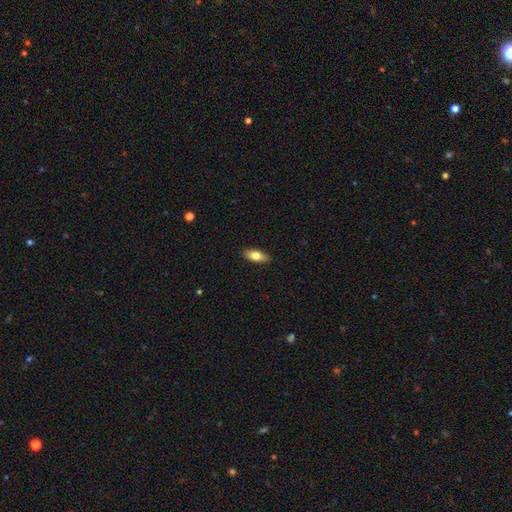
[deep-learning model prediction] Q: Smooth or featured?
A: smooth (76%); runner-up: featured or disk (17%)
Q: How rounded?
A: in between (84%); runner-up: cigar-shaped (13%)
Q: Merging?
A: none (89%); runner-up: minor disturbance (9%)